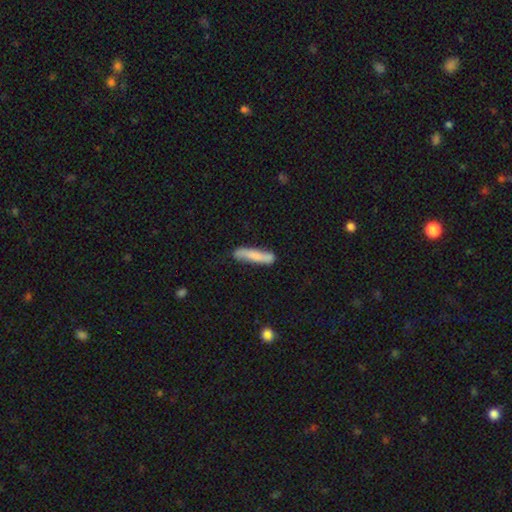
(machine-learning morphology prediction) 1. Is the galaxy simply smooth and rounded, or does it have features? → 69% smooth, 25% featured or disk, 5% star or artifact.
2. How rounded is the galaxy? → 88% cigar-shaped, 10% in between, 2% round.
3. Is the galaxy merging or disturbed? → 71% none, 21% minor disturbance, 4% major disturbance, 4% merger.